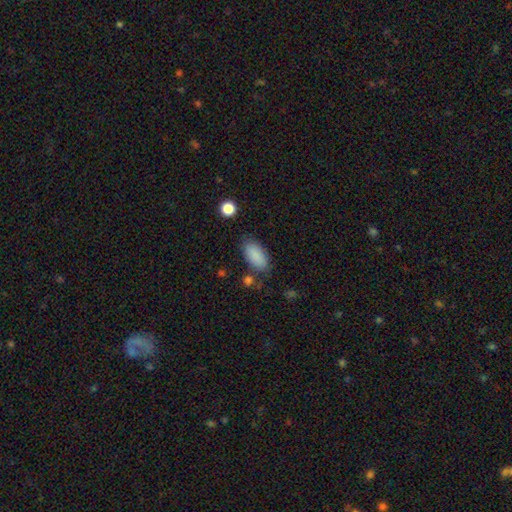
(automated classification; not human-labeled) Smooth or featured?
  - smooth: 88% *
  - star or artifact: 7%
  - featured or disk: 5%
How rounded?
  - in between: 91% *
  - cigar-shaped: 6%
  - round: 3%
Merging?
  - none: 78% *
  - minor disturbance: 14%
  - major disturbance: 4%
  - merger: 4%